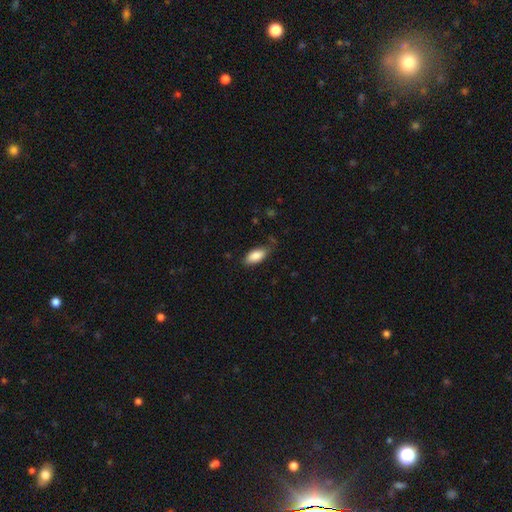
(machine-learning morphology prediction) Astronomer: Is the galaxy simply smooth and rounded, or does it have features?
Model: smooth — 86%.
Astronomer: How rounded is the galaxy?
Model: in between — 89%.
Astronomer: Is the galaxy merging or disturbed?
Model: none — 73%.